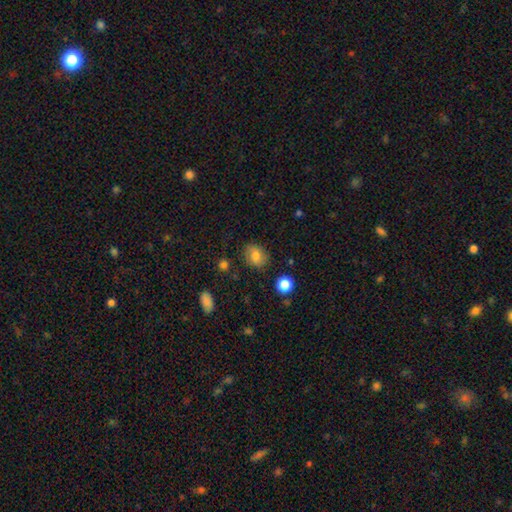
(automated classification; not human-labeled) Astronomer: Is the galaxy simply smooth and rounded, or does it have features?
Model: smooth — 79%.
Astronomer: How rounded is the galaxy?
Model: in between — 55% (runner-up: round, 44%).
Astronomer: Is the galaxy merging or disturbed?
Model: none — 81%.